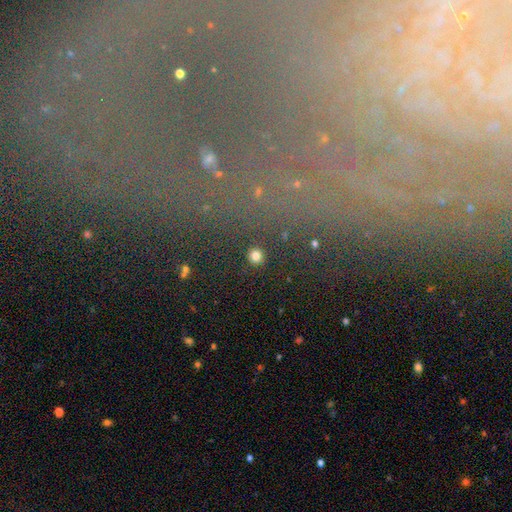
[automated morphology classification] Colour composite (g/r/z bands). It shows a smooth galaxy with no disk features (82%) that is round (94%). Merging: none (91%).